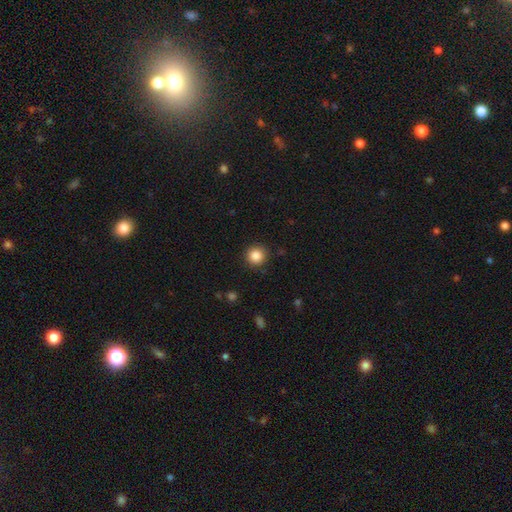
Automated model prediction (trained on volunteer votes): Smooth or featured? smooth (86%)
How rounded? round (94%)
Merging? none (90%)